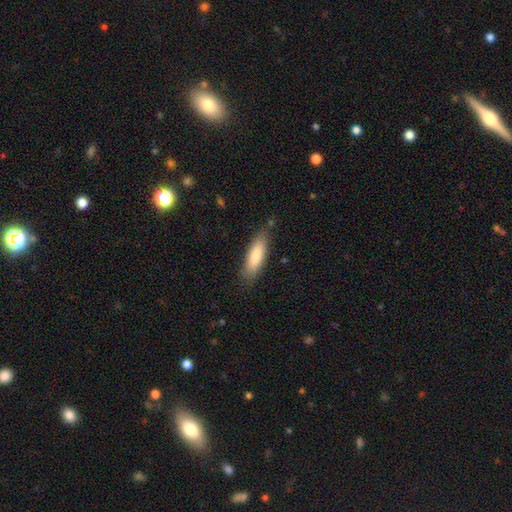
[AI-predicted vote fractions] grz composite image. It shows a smooth galaxy with no disk features (83%) that is in between round and cigar-shaped (50%). Merging: none (80%).